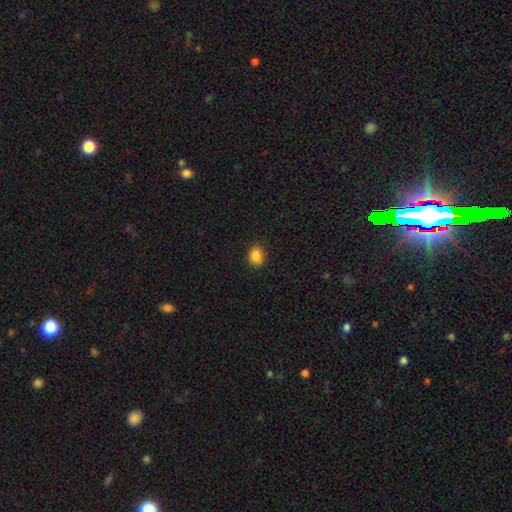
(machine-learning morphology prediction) type=smooth (86%); roundness=round (56%); merging=none (81%).